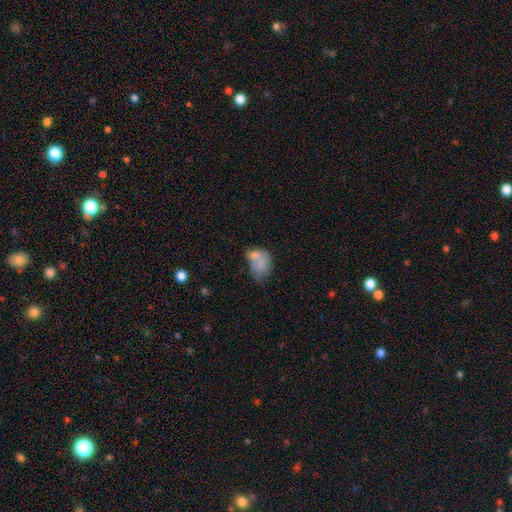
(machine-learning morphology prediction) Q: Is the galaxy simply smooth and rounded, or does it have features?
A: smooth — 54%.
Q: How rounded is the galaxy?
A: in between — 60%.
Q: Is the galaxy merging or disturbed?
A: none — 44%.